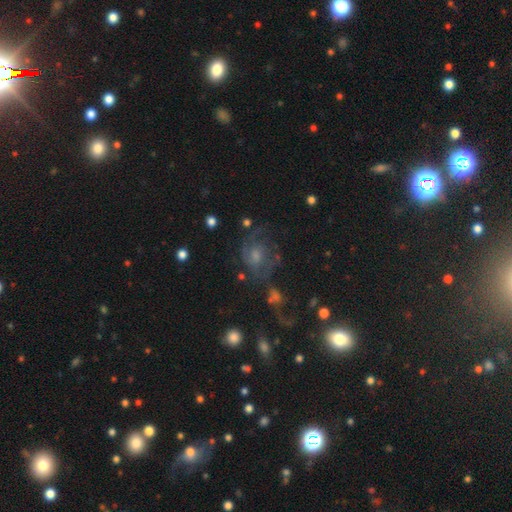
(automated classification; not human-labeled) A featured or disk galaxy (60%) with no bar (66%), spiral arms (84%) and a moderate central bulge (46%). Merging: none (61%).